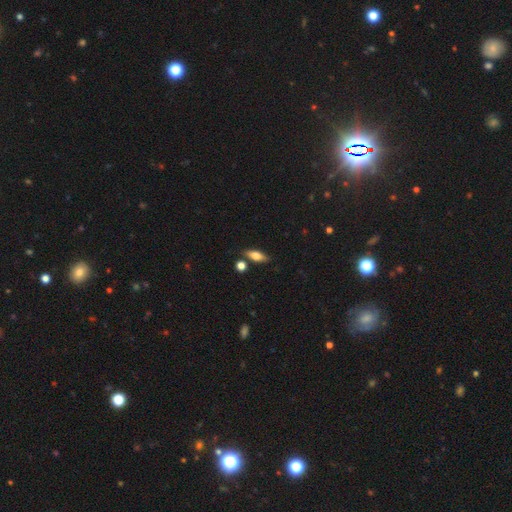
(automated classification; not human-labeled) smooth 67%, featured or disk 26%, star or artifact 8%. Down the decision tree: how rounded — in between (70%); merging — none (77%).